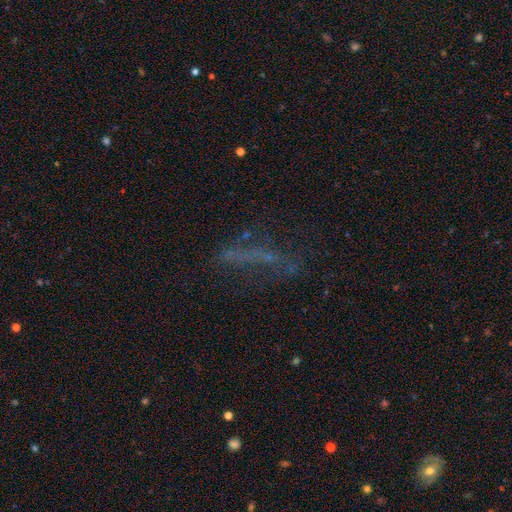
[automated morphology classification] This appears to be a featured or disk galaxy (39%). Merging: none (56%).